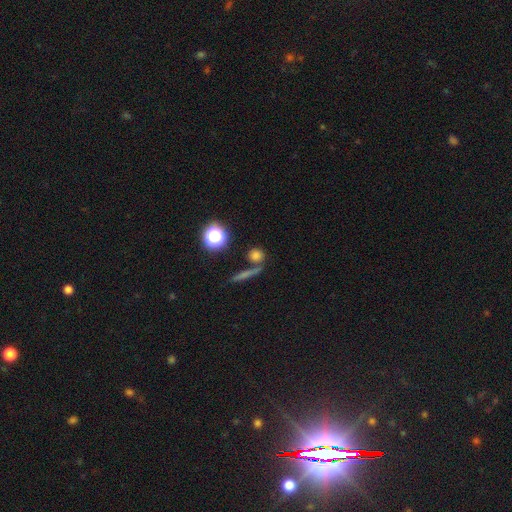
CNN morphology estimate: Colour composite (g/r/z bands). It shows a smooth galaxy with no disk features (73%) that is round (78%). Merging: none (67%).